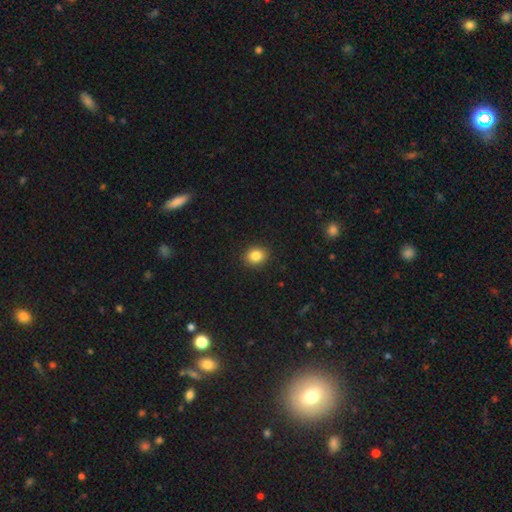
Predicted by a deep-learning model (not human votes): A smooth galaxy with no disk features (85%) that is round (65%). Merging: none (91%).